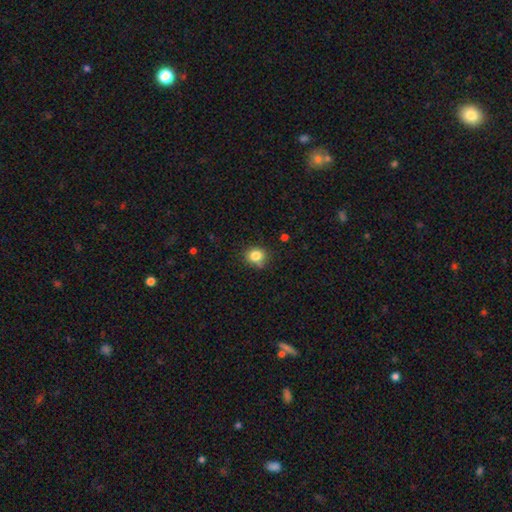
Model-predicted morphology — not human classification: Q: Smooth or featured?
A: smooth (82%); runner-up: star or artifact (11%)
Q: How rounded?
A: round (74%); runner-up: in between (25%)
Q: Merging?
A: none (75%); runner-up: minor disturbance (19%)